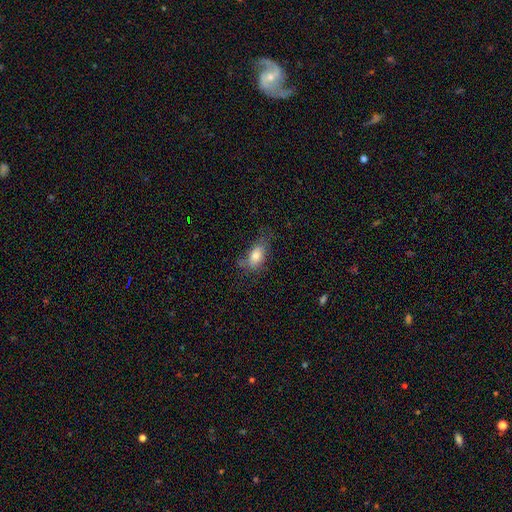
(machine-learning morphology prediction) This appears to be a smooth galaxy with no disk features (76%) that is in between round and cigar-shaped (86%). Merging: none (55%).